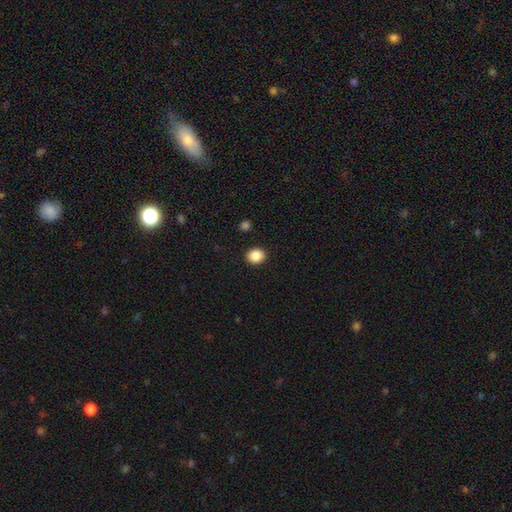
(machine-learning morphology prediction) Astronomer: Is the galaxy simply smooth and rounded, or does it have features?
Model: smooth — 87%.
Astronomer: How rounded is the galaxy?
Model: round — 69%.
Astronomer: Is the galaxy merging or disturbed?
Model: none — 91%.